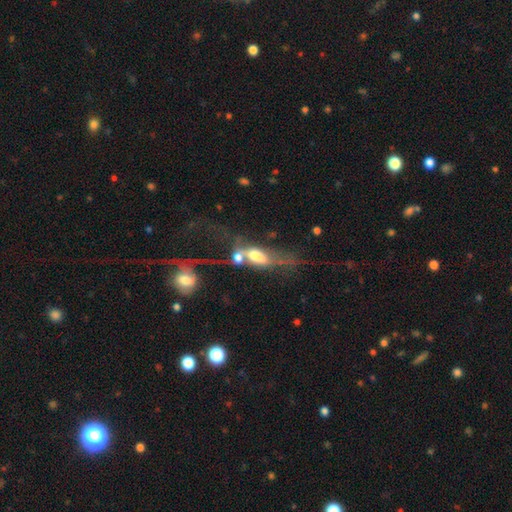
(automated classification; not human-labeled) Smooth or featured: featured or disk — 47% (smooth — 42%)
Merging: merger — 61% (major disturbance — 17%)